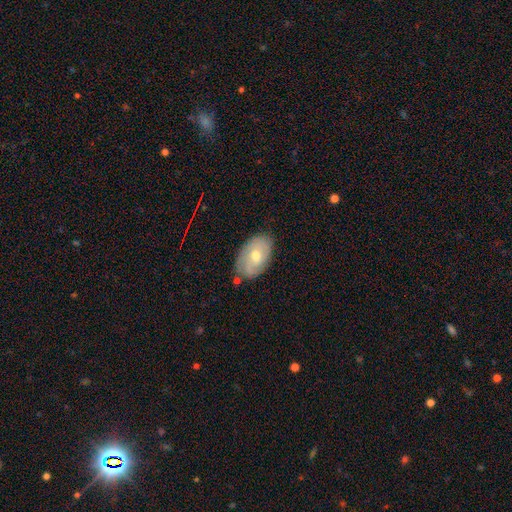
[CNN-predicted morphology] This appears to be a smooth galaxy with no disk features (49%). Merging: none (74%).